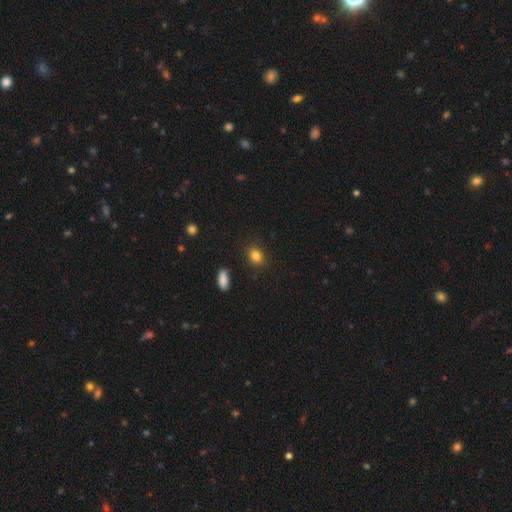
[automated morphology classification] Smooth or featured? Predicted: smooth (p=0.84). How rounded? Predicted: in between (p=0.60). Merging? Predicted: none (p=0.86).